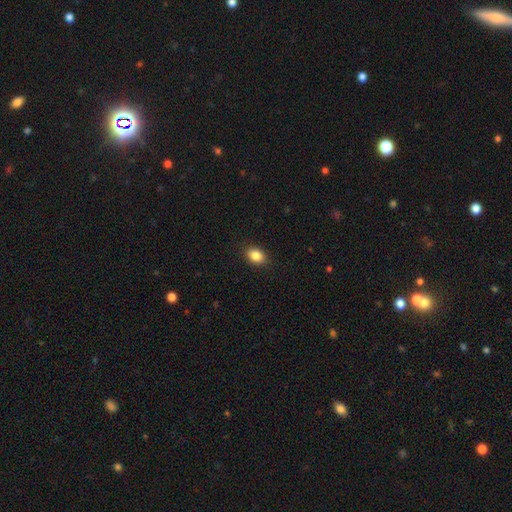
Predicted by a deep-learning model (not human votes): The model was most divided on "how rounded": in between: 75%, round: 24%, cigar-shaped: 1%. More confident: merging — none (89%); smooth or featured — smooth (86%).